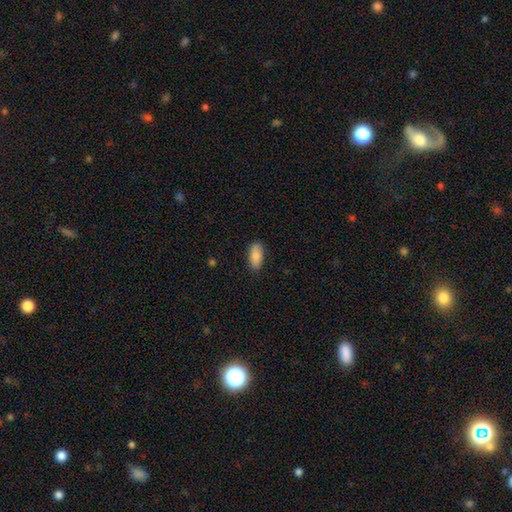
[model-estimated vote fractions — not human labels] A smooth galaxy with no disk features (87%) that is in between round and cigar-shaped (87%).

Vote fractions:
- Smooth or featured? smooth: 87% / featured or disk: 7% / star or artifact: 6%
- How rounded? in between: 87% / cigar-shaped: 11% / round: 2%
- Merging? none: 87% / minor disturbance: 10% / major disturbance: 2% / merger: 1%